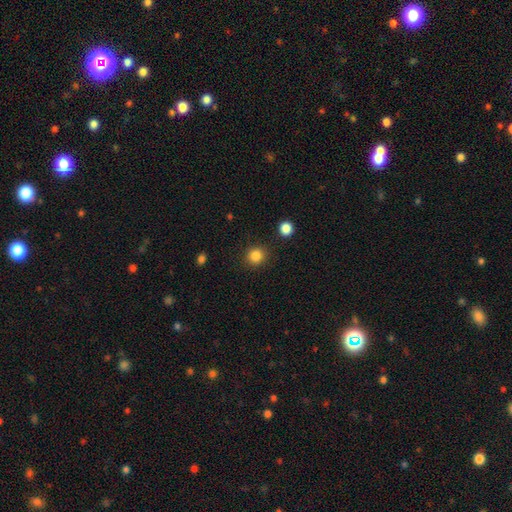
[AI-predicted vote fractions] A smooth galaxy with no disk features (85%) that is round (89%). Merging: none (89%).